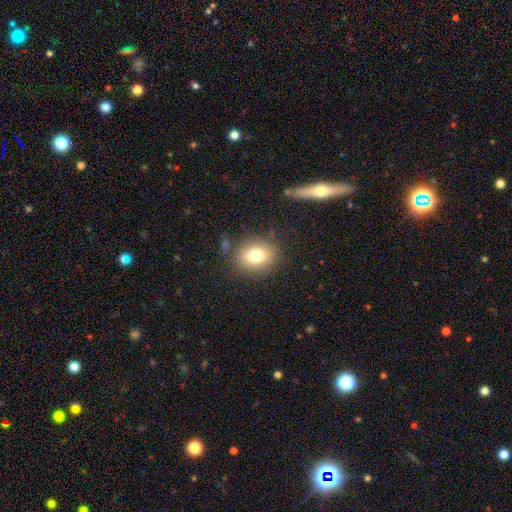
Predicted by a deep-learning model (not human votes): Smooth or featured: smooth — 78% (featured or disk — 11%)
How rounded: round — 50% (in between — 49%)
Merging: none — 82% (minor disturbance — 11%)